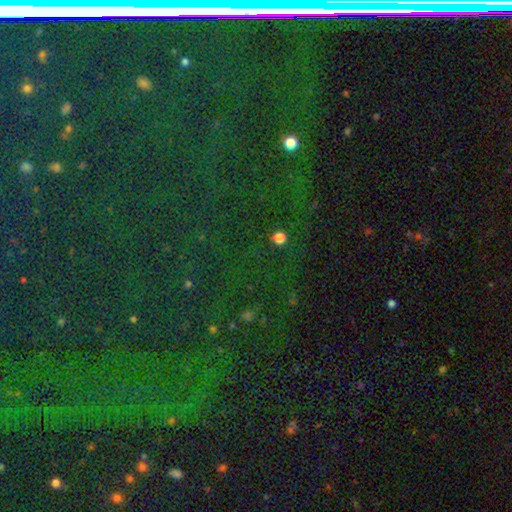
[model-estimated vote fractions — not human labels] Smooth or featured?
  - star or artifact: 81% *
  - smooth: 11%
  - featured or disk: 8%